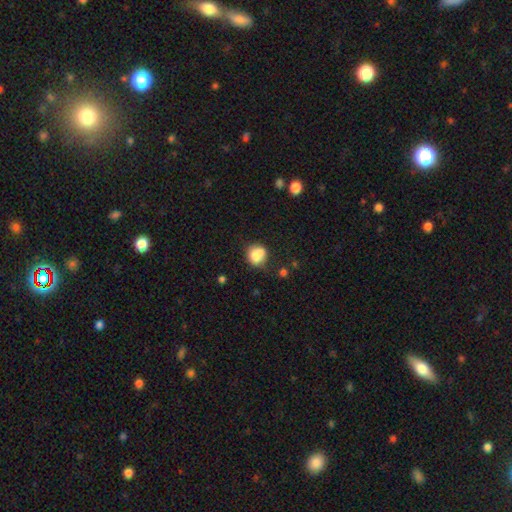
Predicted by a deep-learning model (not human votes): Morphology: type=smooth (78%); roundness=round (75%); merging=none (48%).